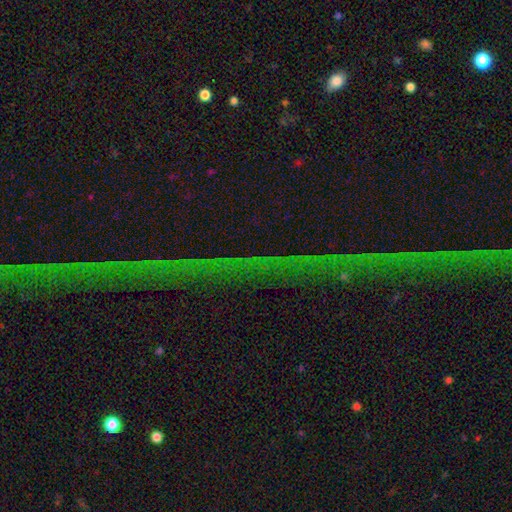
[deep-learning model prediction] Morphology: type=star or artifact (78%).